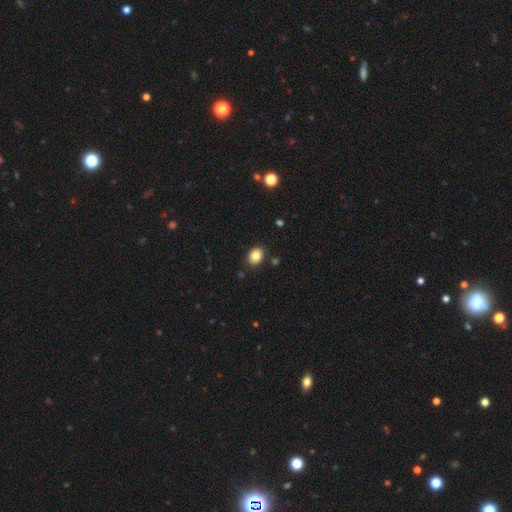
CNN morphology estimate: A smooth galaxy with no disk features (84%) that is in between round and cigar-shaped (70%).

Vote fractions:
- Smooth or featured? smooth: 84% / star or artifact: 9% / featured or disk: 7%
- How rounded? in between: 70% / round: 30% / cigar-shaped: 1%
- Merging? none: 87% / minor disturbance: 9% / merger: 2% / major disturbance: 2%